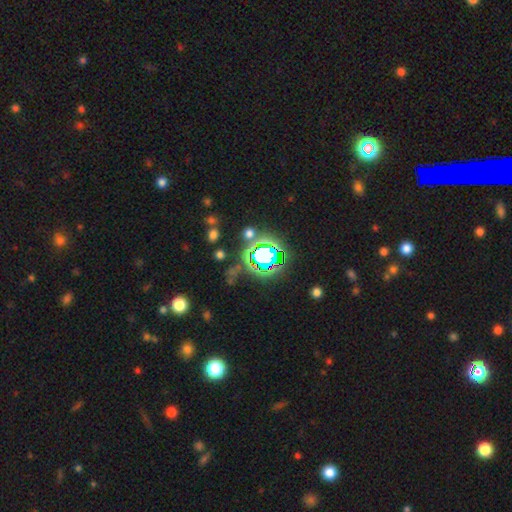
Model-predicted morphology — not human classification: The model was most divided on "smooth or featured": star or artifact: 74%, smooth: 16%, featured or disk: 10%.